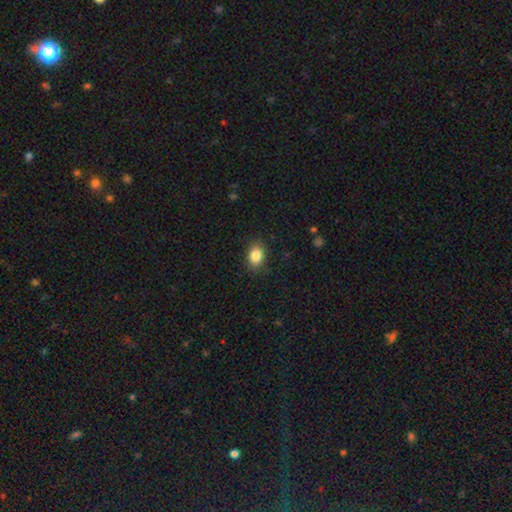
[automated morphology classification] smooth_or_featured: smooth (p=0.86) [alt: star or artifact p=0.09]
how_rounded: in between (p=0.72) [alt: round p=0.27]
merging: none (p=0.86) [alt: minor disturbance p=0.10]